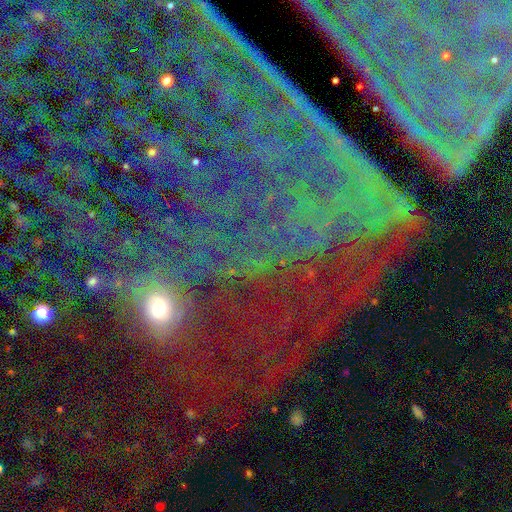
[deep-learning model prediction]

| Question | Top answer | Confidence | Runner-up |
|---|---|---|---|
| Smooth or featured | star or artifact | 61% | featured or disk (21%) |